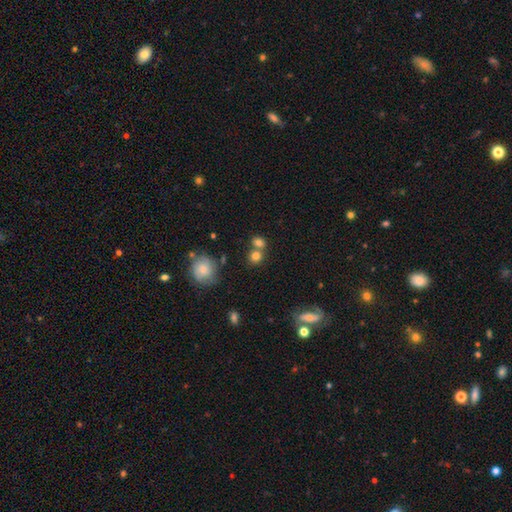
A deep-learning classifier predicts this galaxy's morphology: Smooth or featured: smooth — 77% (star or artifact — 12%)
How rounded: round — 77% (in between — 22%)
Merging: none — 50% (merger — 38%)